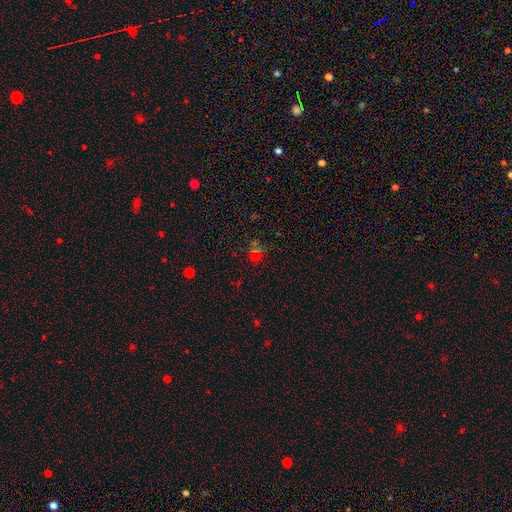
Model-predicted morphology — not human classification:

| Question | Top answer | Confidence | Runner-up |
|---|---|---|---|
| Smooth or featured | star or artifact | 50% | smooth (40%) |